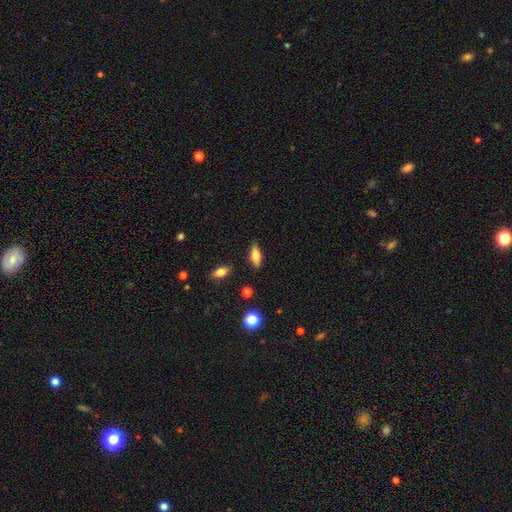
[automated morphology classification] Smooth or featured? Predicted: smooth (p=0.68). How rounded? Predicted: in between (p=0.76). Merging? Predicted: none (p=0.84).